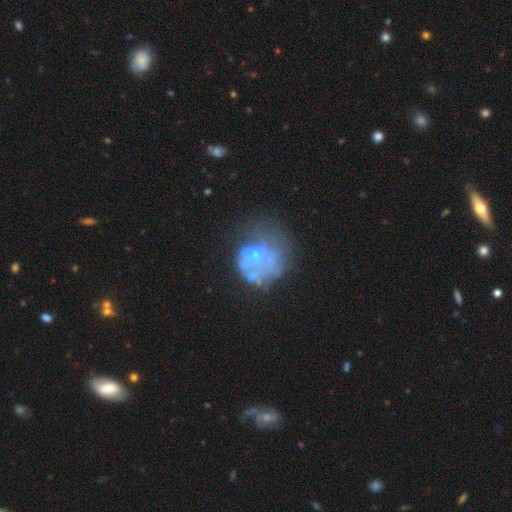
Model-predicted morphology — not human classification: Smooth or featured: featured or disk — 57% (smooth — 31%)
Edge-on disk: no — 98% (yes — 2%)
Bar: no — 84% (weak — 13%)
Spiral arms: no — 77% (yes — 23%)
Bulge size: moderate — 51% (small — 34%)
Merging: major disturbance — 39% (none — 31%)